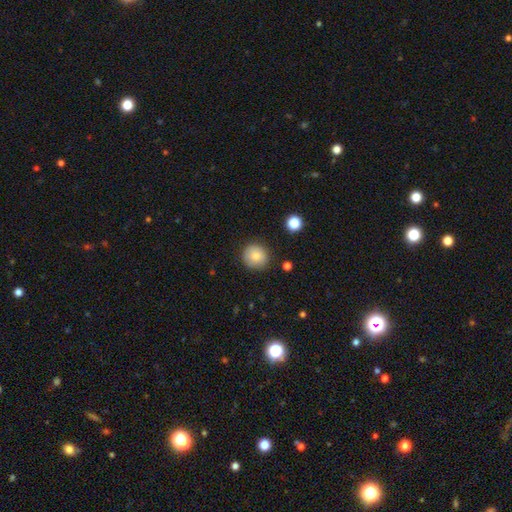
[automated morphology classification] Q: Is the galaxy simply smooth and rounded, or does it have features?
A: smooth — 81%.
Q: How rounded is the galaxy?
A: round — 92%.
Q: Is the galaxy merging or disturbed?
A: none — 87%.